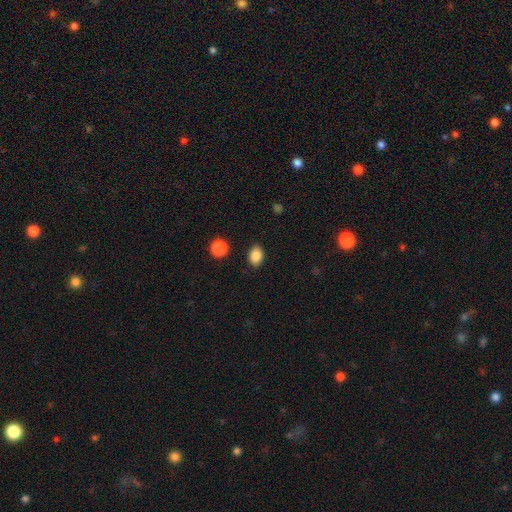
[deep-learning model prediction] Smooth or featured? Predicted: smooth (p=0.87). How rounded? Predicted: in between (p=0.72). Merging? Predicted: none (p=0.88).